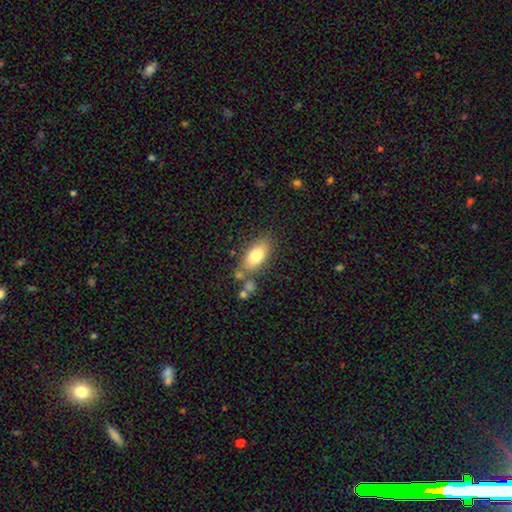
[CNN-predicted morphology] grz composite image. It shows a smooth galaxy with no disk features (78%) that is in between round and cigar-shaped (87%). Merging: none (67%).